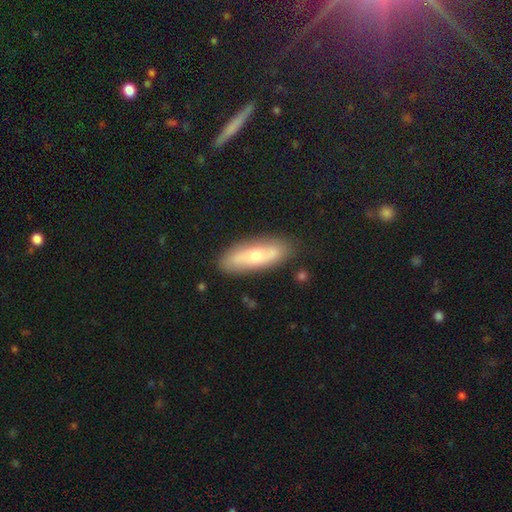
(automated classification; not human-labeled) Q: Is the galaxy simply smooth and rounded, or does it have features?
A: smooth — 50%.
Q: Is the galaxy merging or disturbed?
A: none — 83%.